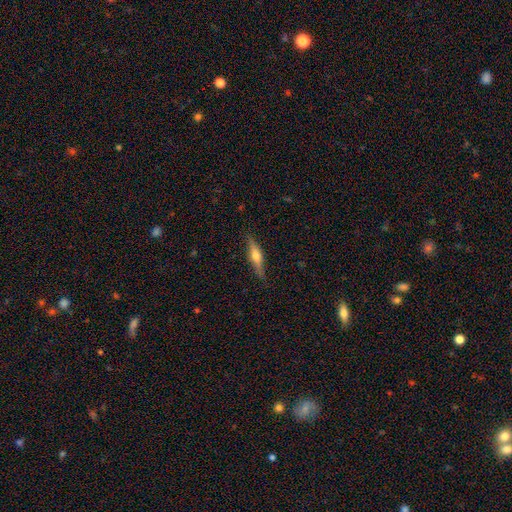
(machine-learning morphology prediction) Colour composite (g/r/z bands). It shows a featured or disk galaxy (58%) viewed edge-on (94%) with a rounded central bulge (89%). Merging: none (83%).